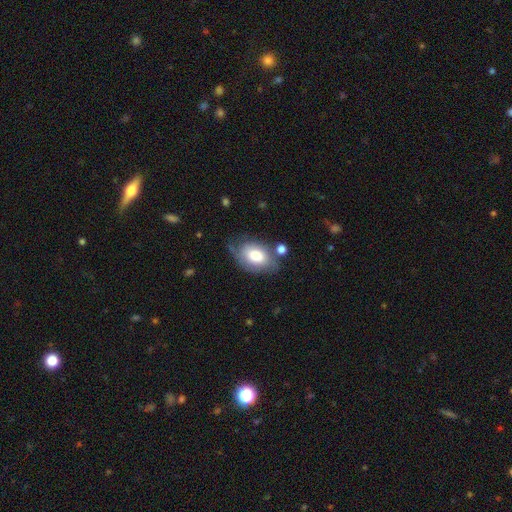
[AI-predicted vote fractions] The model was most divided on "merging": none: 56%, minor disturbance: 27%, major disturbance: 10%, merger: 8%. More confident: how rounded — in between (86%); smooth or featured — smooth (75%).